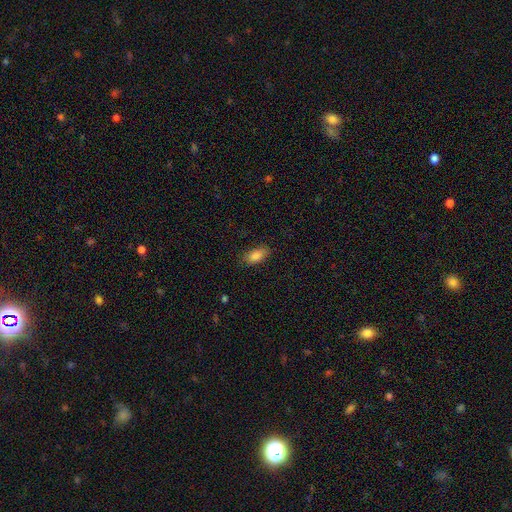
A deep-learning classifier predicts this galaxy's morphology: type=smooth (86%); roundness=in between (88%); merging=none (84%).